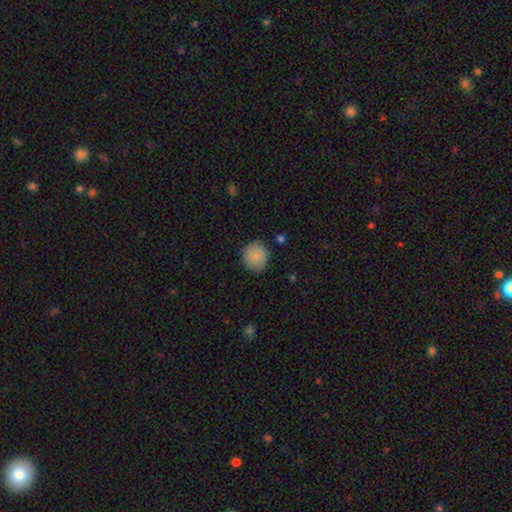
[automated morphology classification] Q: Smooth or featured?
A: smooth (85%); runner-up: star or artifact (8%)
Q: How rounded?
A: round (86%); runner-up: in between (13%)
Q: Merging?
A: none (82%); runner-up: minor disturbance (13%)